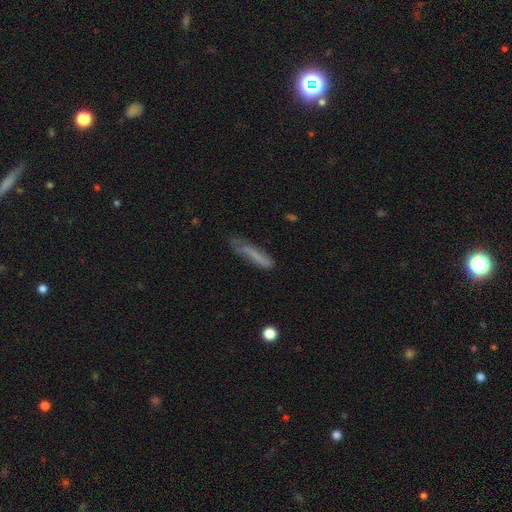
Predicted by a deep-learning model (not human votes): Smooth or featured? Predicted: smooth (p=0.58). How rounded? Predicted: cigar-shaped (p=0.83). Merging? Predicted: none (p=0.46).